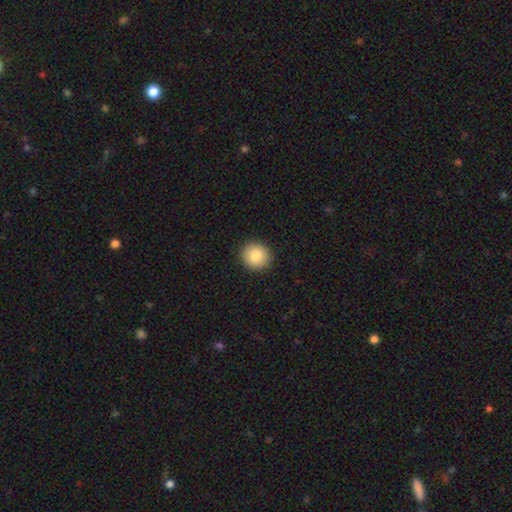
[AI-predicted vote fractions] A smooth galaxy with no disk features (84%) that is round (91%). Merging: none (92%).